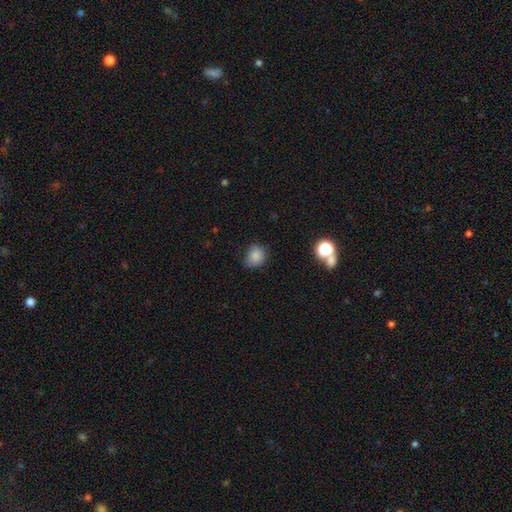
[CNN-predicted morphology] A smooth galaxy with no disk features (84%) that is round (70%).

Vote fractions:
- Smooth or featured? smooth: 84% / star or artifact: 11% / featured or disk: 5%
- How rounded? round: 70% / in between: 29% / cigar-shaped: 1%
- Merging? none: 69% / minor disturbance: 25% / major disturbance: 4% / merger: 2%